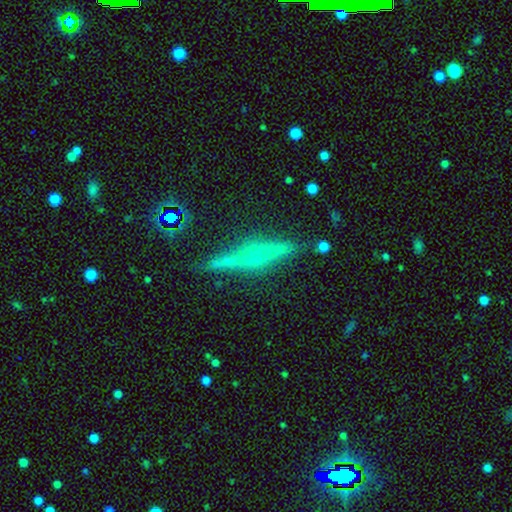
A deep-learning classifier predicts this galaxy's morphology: Smooth or featured? Predicted: featured or disk (p=0.61). Edge-on disk? Predicted: yes (p=0.95). Edge-on bulge? Predicted: none (p=0.44). Merging? Predicted: none (p=0.82).